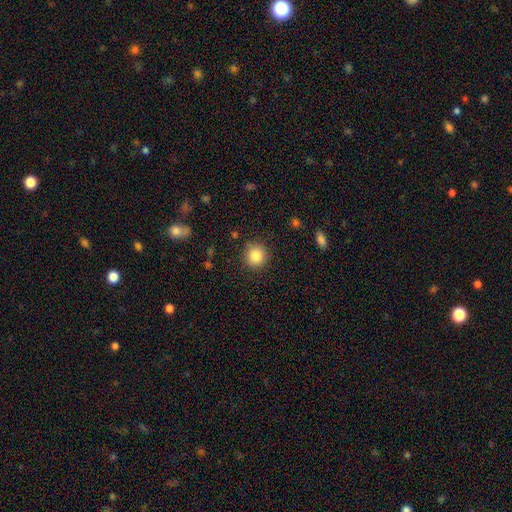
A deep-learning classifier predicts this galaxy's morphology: A smooth galaxy with no disk features (85%) that is round (92%).

Vote fractions:
- Smooth or featured? smooth: 85% / star or artifact: 10% / featured or disk: 5%
- How rounded? round: 92% / in between: 7% / cigar-shaped: 1%
- Merging? none: 88% / minor disturbance: 8% / major disturbance: 3% / merger: 1%